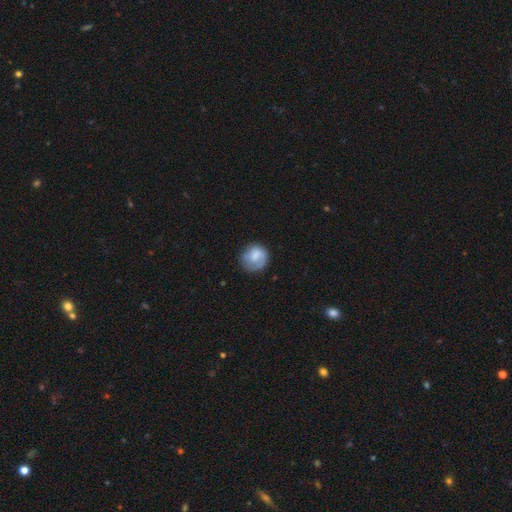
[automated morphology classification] Smooth or featured? Predicted: smooth (p=0.70). How rounded? Predicted: round (p=0.85). Merging? Predicted: none (p=0.65).